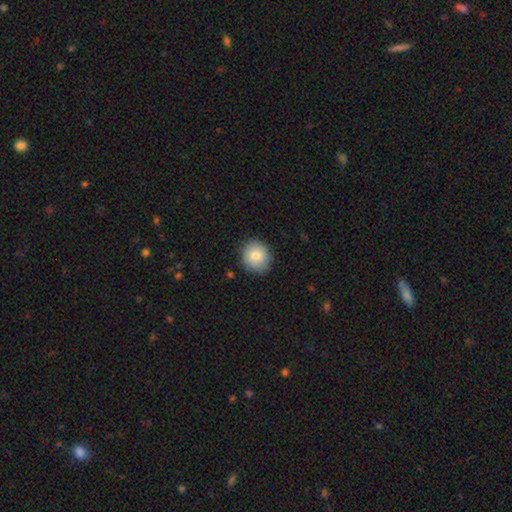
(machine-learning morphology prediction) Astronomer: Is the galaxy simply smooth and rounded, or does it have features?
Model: smooth — 84%.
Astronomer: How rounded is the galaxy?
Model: round — 83%.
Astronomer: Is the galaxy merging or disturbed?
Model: none — 86%.